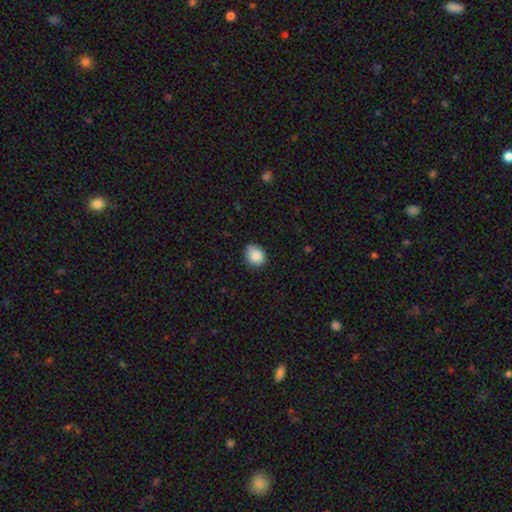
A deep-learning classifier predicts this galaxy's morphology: Smooth or featured: smooth — 88% (star or artifact — 8%)
How rounded: round — 58% (in between — 41%)
Merging: none — 80% (minor disturbance — 16%)